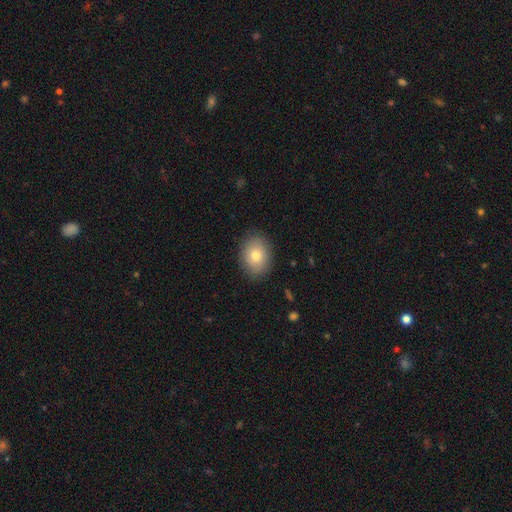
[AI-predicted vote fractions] smooth-or-featured: smooth: 78% | featured or disk: 14% | star or artifact: 9%
  how-rounded: in between: 64% | round: 35% | cigar-shaped: 1%
  merging: none: 88% | minor disturbance: 9% | major disturbance: 3% | merger: 1%